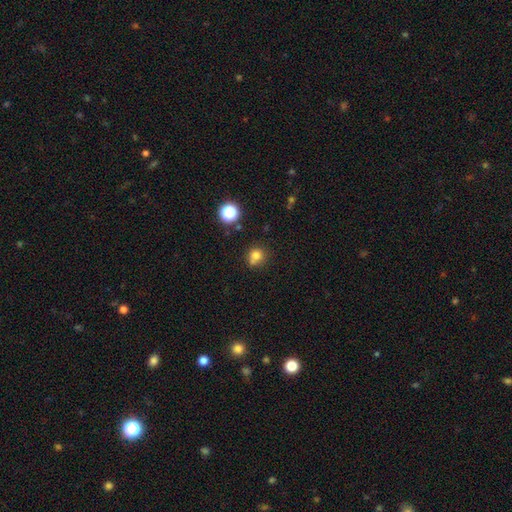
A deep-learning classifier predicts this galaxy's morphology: This appears to be a smooth galaxy with no disk features (76%) that is round (85%). Merging: none (59%).